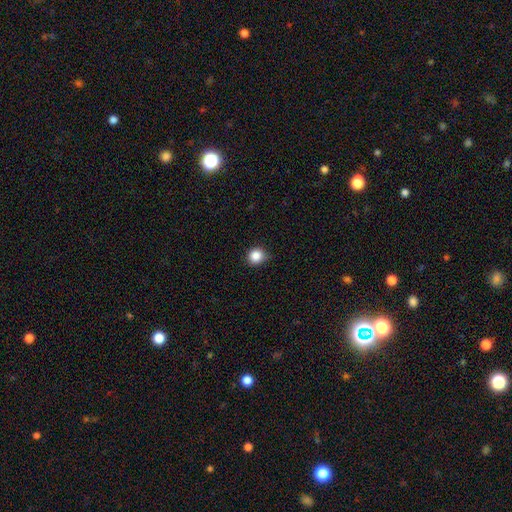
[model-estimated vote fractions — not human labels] A smooth galaxy with no disk features (86%) that is round (89%).

Vote fractions:
- Smooth or featured? smooth: 86% / star or artifact: 11% / featured or disk: 4%
- How rounded? round: 89% / in between: 10% / cigar-shaped: 1%
- Merging? none: 81% / minor disturbance: 15% / major disturbance: 2% / merger: 1%